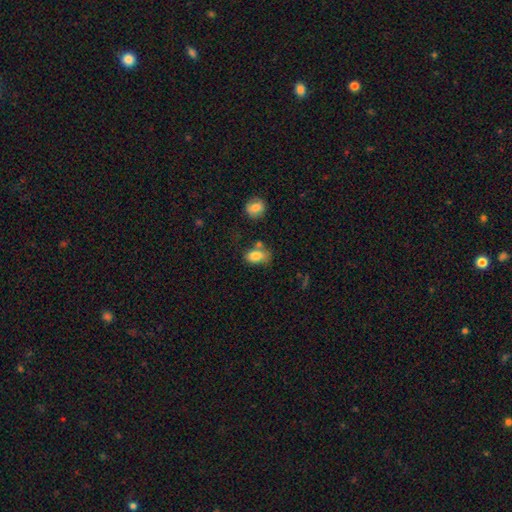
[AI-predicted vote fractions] smooth_or_featured: smooth (p=0.83) [alt: star or artifact p=0.09]
how_rounded: in between (p=0.85) [alt: round p=0.13]
merging: none (p=0.52) [alt: minor disturbance p=0.24]